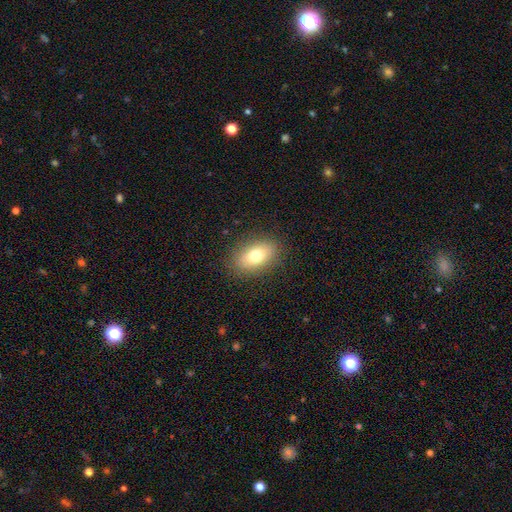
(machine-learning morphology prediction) The model was most divided on "smooth or featured": smooth: 76%, featured or disk: 15%, star or artifact: 9%. More confident: merging — none (87%); how rounded — in between (86%).